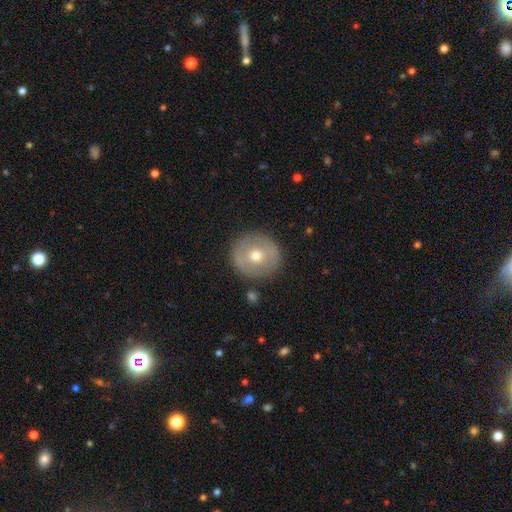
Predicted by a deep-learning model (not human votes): A smooth galaxy with no disk features (56%) that is round (94%).

Vote fractions:
- Smooth or featured? smooth: 56% / featured or disk: 37% / star or artifact: 8%
- How rounded? round: 94% / in between: 5% / cigar-shaped: 1%
- Merging? none: 88% / minor disturbance: 7% / major disturbance: 2% / merger: 2%